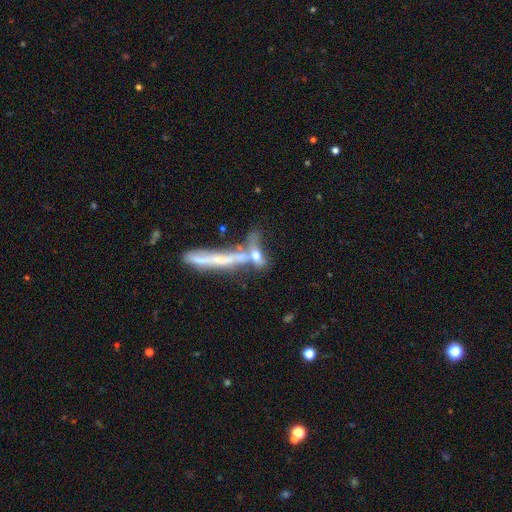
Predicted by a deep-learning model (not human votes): Q: Smooth or featured?
A: smooth (52%); runner-up: featured or disk (37%)
Q: How rounded?
A: cigar-shaped (52%); runner-up: in between (38%)
Q: Merging?
A: merger (51%); runner-up: none (27%)